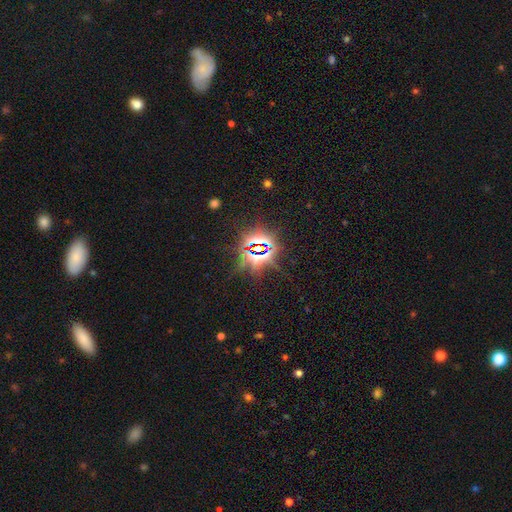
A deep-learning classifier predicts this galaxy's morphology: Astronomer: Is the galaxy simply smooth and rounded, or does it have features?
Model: star or artifact — 84%.